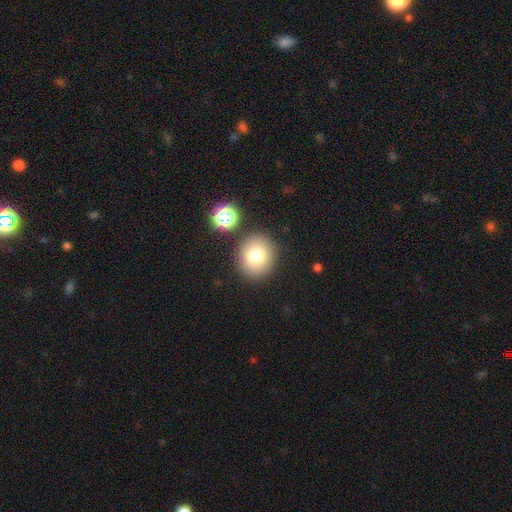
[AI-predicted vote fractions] Q: Smooth or featured?
A: smooth (77%); runner-up: star or artifact (12%)
Q: How rounded?
A: round (83%); runner-up: in between (16%)
Q: Merging?
A: none (83%); runner-up: minor disturbance (8%)